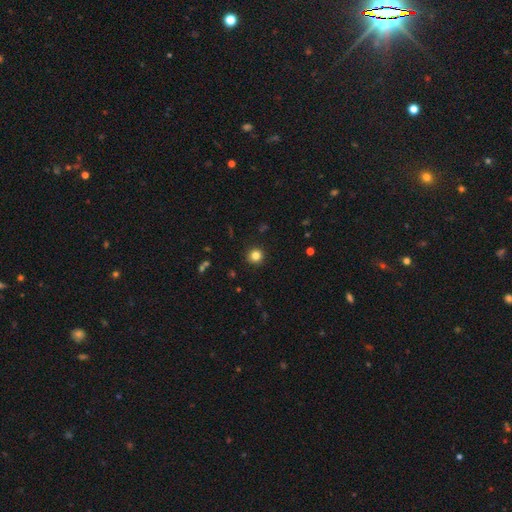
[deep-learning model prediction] Morphology: type=smooth (83%); roundness=round (94%); merging=none (92%).